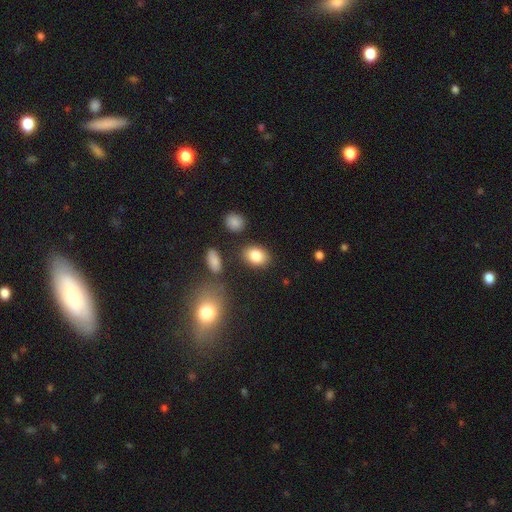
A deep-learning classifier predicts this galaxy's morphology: This appears to be a smooth galaxy with no disk features (84%) that is in between round and cigar-shaped (77%). Merging: none (82%).